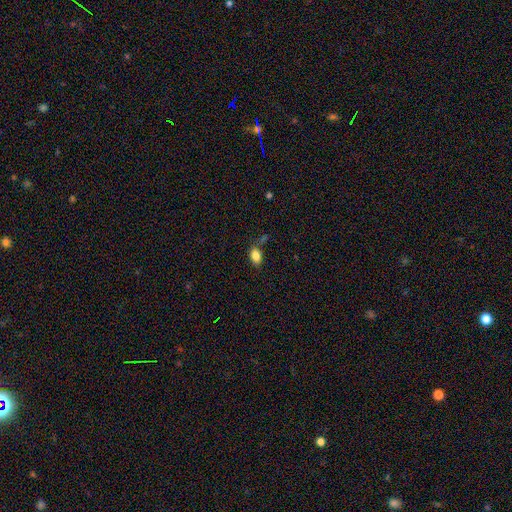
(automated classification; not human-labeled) Smooth or featured? Predicted: smooth (p=0.84). How rounded? Predicted: in between (p=0.85). Merging? Predicted: none (p=0.71).